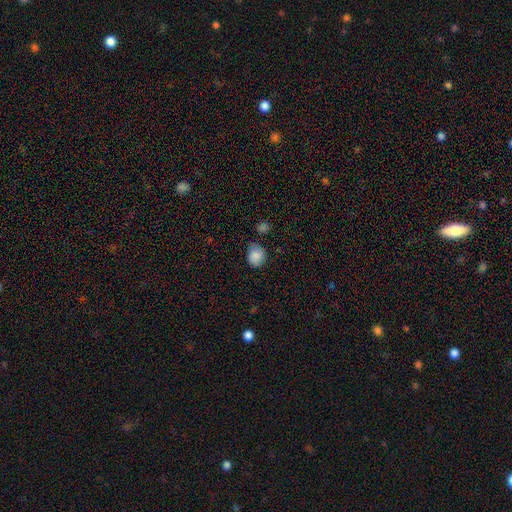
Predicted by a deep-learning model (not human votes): smooth 84%, star or artifact 9%, featured or disk 7%. Down the decision tree: how rounded — round (60%); merging — none (61%).